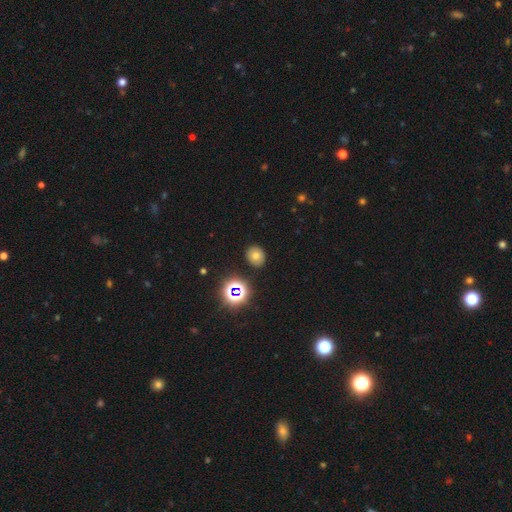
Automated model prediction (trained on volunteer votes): This appears to be a smooth galaxy with no disk features (65%) that is round (64%). Merging: none (87%).